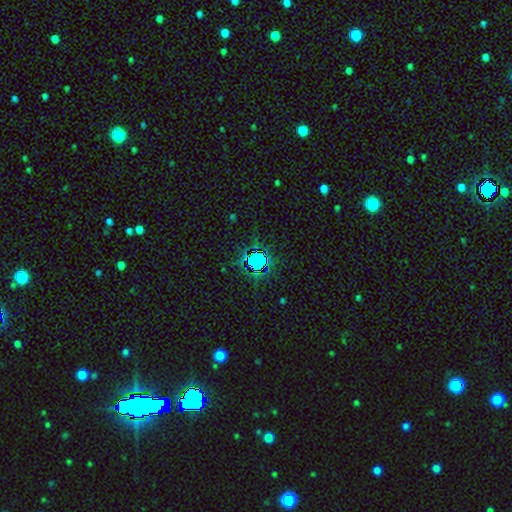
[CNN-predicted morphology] smooth_or_featured: star or artifact (p=0.70) [alt: smooth p=0.20]